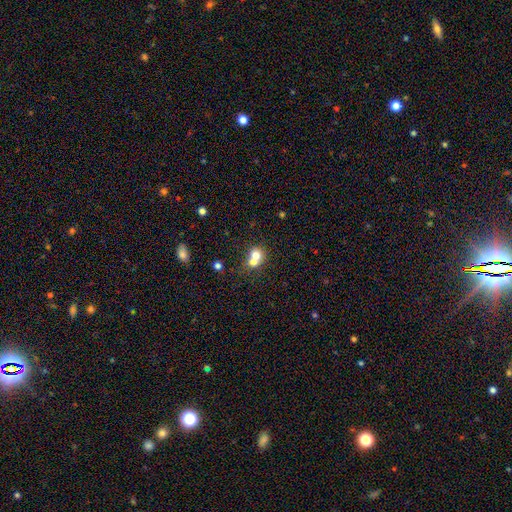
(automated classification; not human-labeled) A smooth galaxy with no disk features (71%) that is round (75%). Merging: merger (61%).